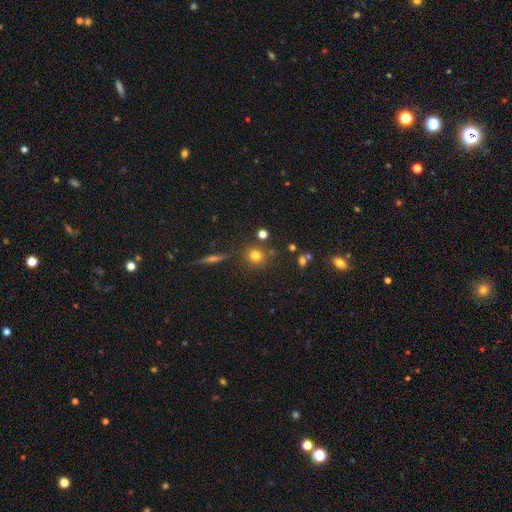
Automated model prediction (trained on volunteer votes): A smooth galaxy with no disk features (75%) that is round (90%).

Vote fractions:
- Smooth or featured? smooth: 75% / star or artifact: 15% / featured or disk: 10%
- How rounded? round: 90% / in between: 8% / cigar-shaped: 2%
- Merging? none: 80% / minor disturbance: 10% / merger: 7% / major disturbance: 3%